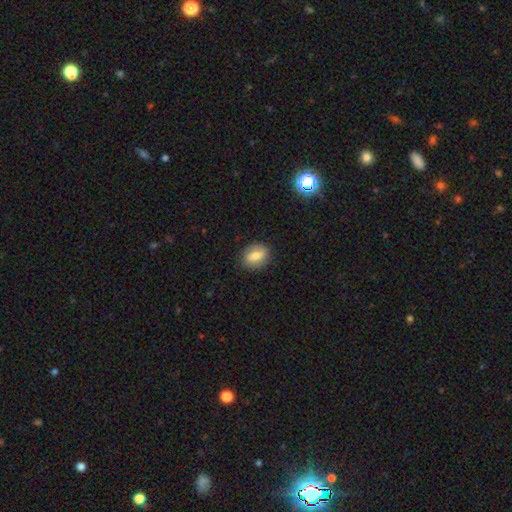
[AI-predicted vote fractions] smooth_or_featured: smooth (p=0.65) [alt: featured or disk p=0.27]
how_rounded: in between (p=0.56) [alt: round p=0.42]
merging: none (p=0.85) [alt: minor disturbance p=0.11]